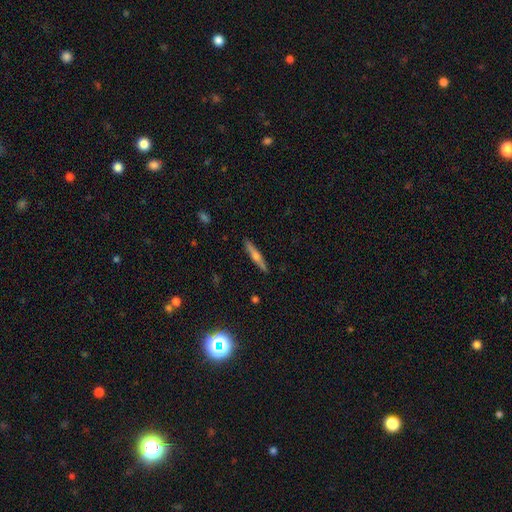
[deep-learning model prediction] Q: Smooth or featured?
A: featured or disk (58%); runner-up: smooth (35%)
Q: Edge-on disk?
A: yes (97%); runner-up: no (3%)
Q: Edge-on bulge?
A: rounded (86%); runner-up: none (8%)
Q: Merging?
A: none (91%); runner-up: minor disturbance (7%)